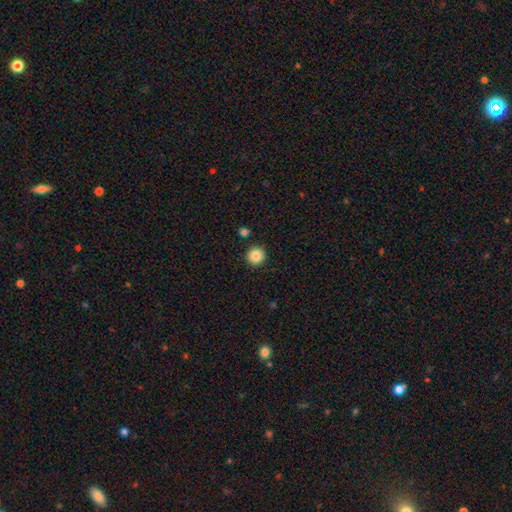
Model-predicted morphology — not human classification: The model was most divided on "smooth or featured": smooth: 86%, star or artifact: 10%, featured or disk: 4%. More confident: how rounded — round (95%); merging — none (91%).